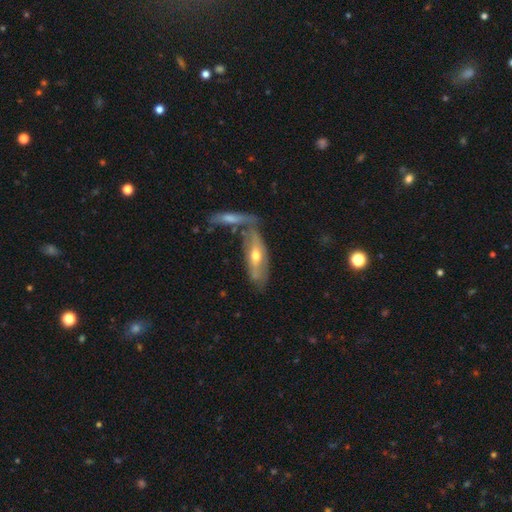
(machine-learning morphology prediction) This is possibly a featured or disk galaxy (58%). It is possibly not viewed edge-on (51%). Merging: possibly none (51%).